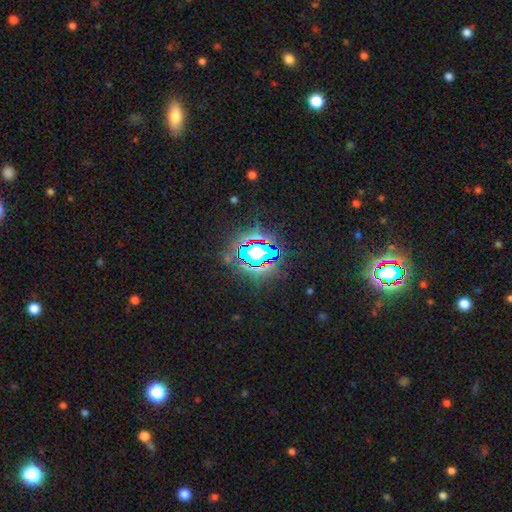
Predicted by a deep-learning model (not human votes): Smooth or featured: star or artifact — 82% (smooth — 10%)